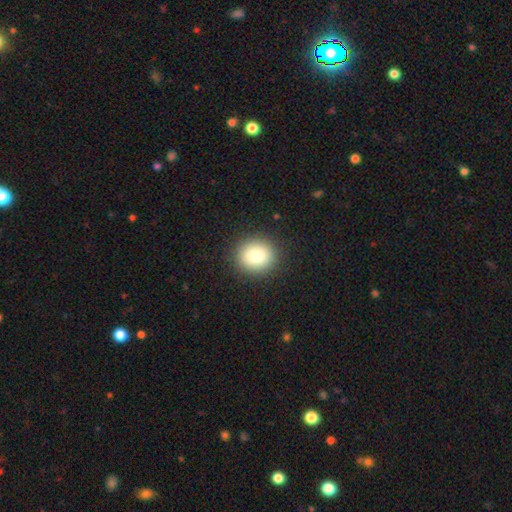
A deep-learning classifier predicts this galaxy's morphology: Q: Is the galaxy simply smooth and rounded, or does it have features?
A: smooth — 84%.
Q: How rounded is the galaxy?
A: round — 78%.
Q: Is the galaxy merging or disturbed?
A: none — 90%.